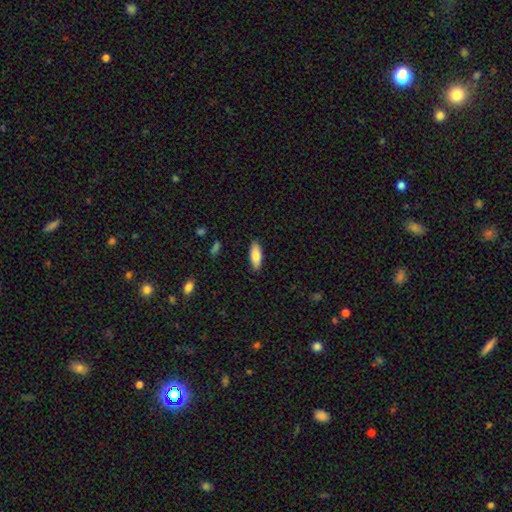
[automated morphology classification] type=smooth (82%); roundness=in between (73%); merging=none (88%).